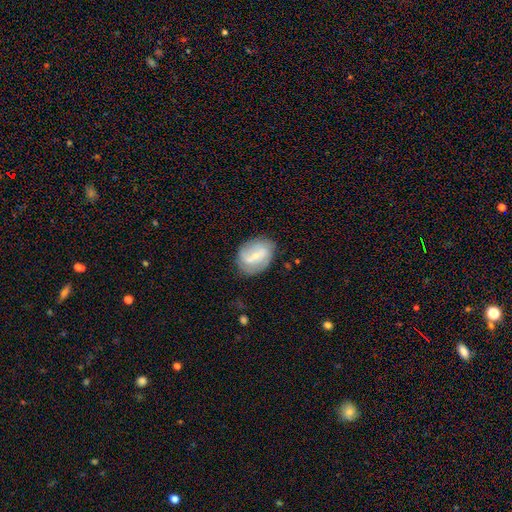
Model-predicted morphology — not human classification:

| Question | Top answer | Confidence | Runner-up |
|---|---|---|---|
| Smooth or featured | featured or disk | 66% | smooth (27%) |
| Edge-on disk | no | 96% | yes (4%) |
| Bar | weak | 45% | strong (36%) |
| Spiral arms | yes | 81% | no (19%) |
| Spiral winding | medium | 40% | loose (33%) |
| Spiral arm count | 2 | 68% | can't tell (18%) |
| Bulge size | small | 64% | moderate (30%) |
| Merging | none | 72% | minor disturbance (19%) |